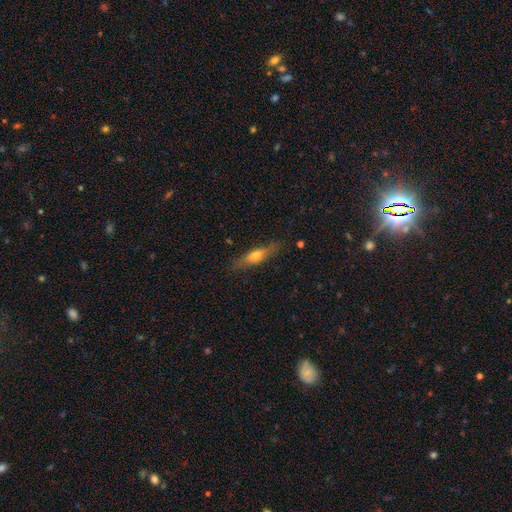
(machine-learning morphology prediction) This is possibly a smooth galaxy (51%). How rounded: likely cigar-shaped (72%). Merging: clearly none (83%).